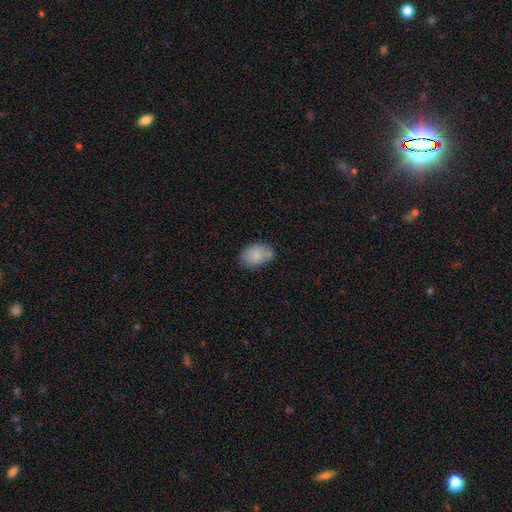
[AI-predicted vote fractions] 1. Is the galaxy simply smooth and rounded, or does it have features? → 82% smooth, 10% featured or disk, 8% star or artifact.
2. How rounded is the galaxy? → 78% in between, 21% round, 1% cigar-shaped.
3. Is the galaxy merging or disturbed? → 63% none, 23% minor disturbance, 9% merger, 5% major disturbance.